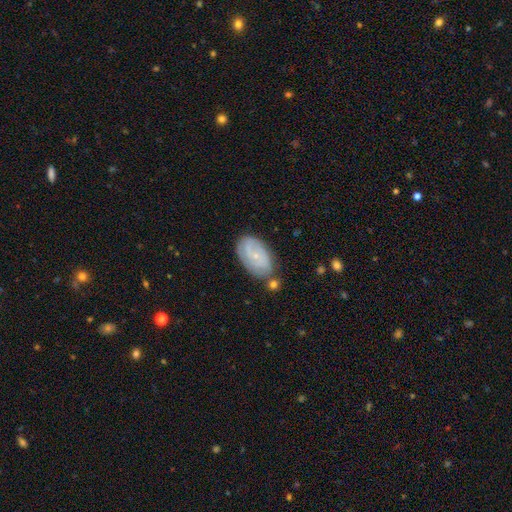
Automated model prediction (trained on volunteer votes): featured or disk 63%, smooth 30%, star or artifact 7%. Down the decision tree: edge-on disk — no (96%); bar — no (64%); spiral arms — yes (86%); spiral arm count — 2 (43%); spiral winding — tight (55%); bulge size — small (81%); merging — none (66%).